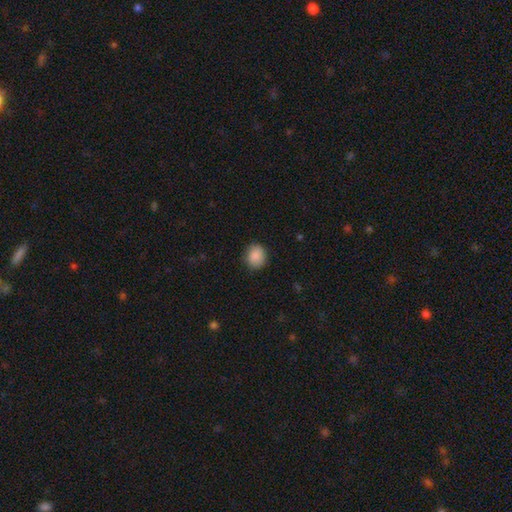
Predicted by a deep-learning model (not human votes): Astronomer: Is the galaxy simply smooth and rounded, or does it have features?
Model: smooth — 88%.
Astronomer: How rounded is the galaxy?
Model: round — 71%.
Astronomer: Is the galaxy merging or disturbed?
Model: none — 86%.